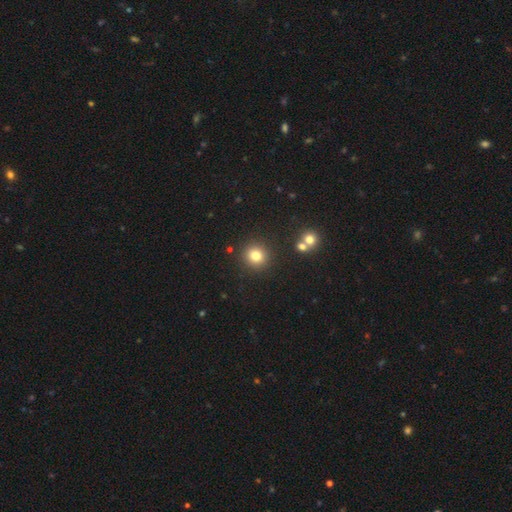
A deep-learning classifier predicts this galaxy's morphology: This is likely a smooth galaxy (79%). How rounded: clearly round (91%). Merging: clearly none (88%).